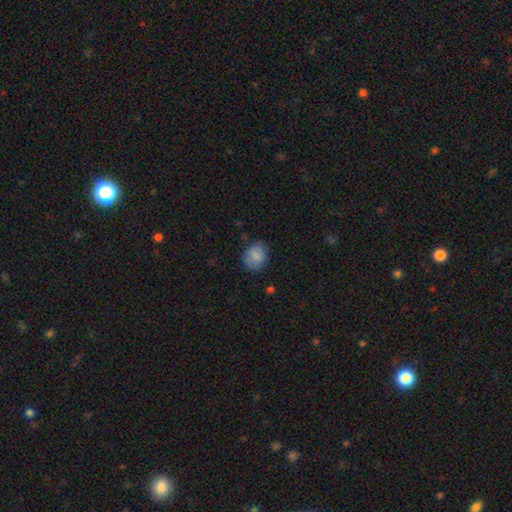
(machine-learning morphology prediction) Smooth or featured: smooth — 83% (featured or disk — 9%)
How rounded: round — 68% (in between — 31%)
Merging: none — 75% (minor disturbance — 19%)